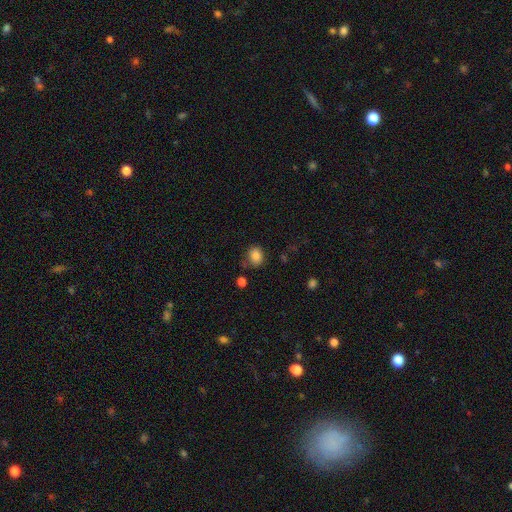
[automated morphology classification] Q: Smooth or featured?
A: smooth (84%); runner-up: star or artifact (10%)
Q: How rounded?
A: round (60%); runner-up: in between (39%)
Q: Merging?
A: none (74%); runner-up: minor disturbance (17%)